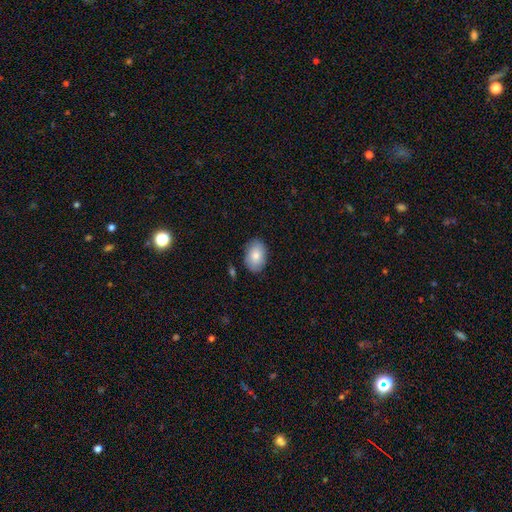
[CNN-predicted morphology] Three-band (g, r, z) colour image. It shows a smooth galaxy with no disk features (82%) that is in between round and cigar-shaped (84%). Merging: none (83%).